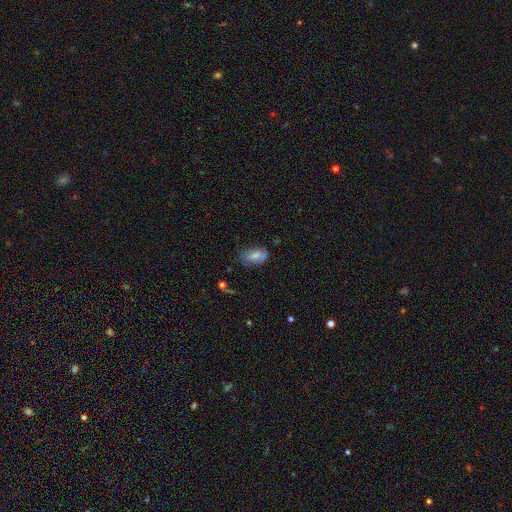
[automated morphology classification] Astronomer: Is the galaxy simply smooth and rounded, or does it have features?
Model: smooth — 66%.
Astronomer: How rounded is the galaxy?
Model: in between — 91%.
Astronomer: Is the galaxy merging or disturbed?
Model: none — 64%.